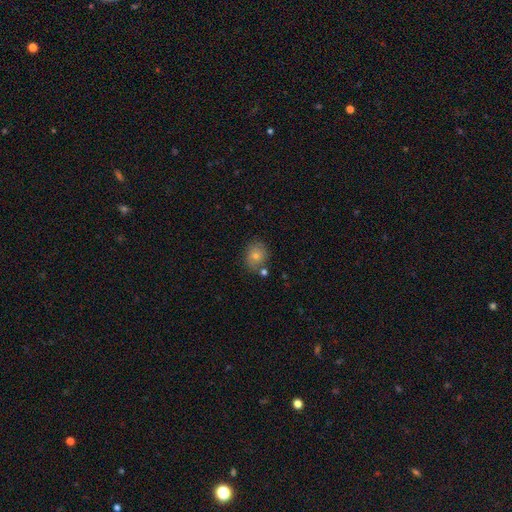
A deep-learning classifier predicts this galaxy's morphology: smooth 69%, featured or disk 16%, star or artifact 14%. Down the decision tree: how rounded — round (72%); merging — none (77%).